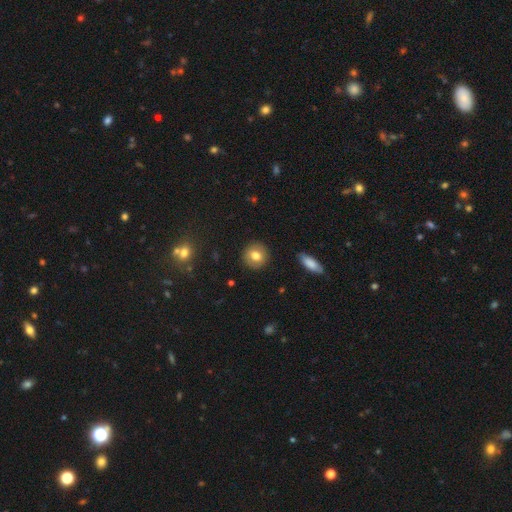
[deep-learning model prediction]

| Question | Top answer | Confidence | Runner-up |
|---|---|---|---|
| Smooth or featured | smooth | 79% | featured or disk (13%) |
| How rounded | round | 90% | in between (9%) |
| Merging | none | 91% | minor disturbance (6%) |